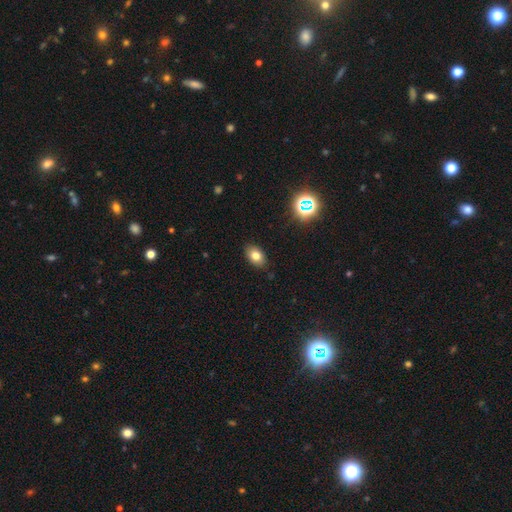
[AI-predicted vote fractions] smooth 77%, star or artifact 13%, featured or disk 10%. Down the decision tree: how rounded — in between (84%); merging — none (87%).